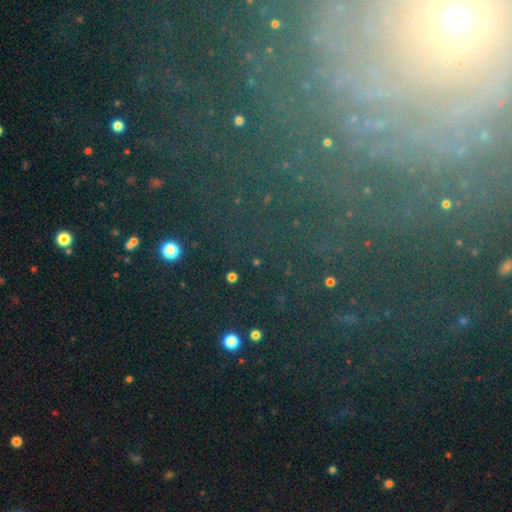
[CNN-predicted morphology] star or artifact 50%, featured or disk 33%, smooth 18%.